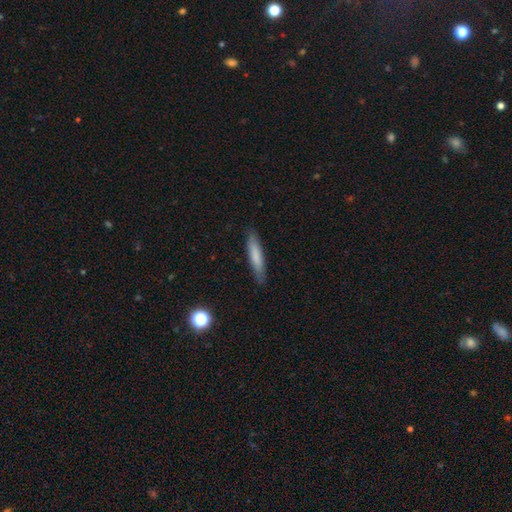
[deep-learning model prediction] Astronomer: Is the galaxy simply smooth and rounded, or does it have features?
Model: smooth — 75%.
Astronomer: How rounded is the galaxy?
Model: cigar-shaped — 87%.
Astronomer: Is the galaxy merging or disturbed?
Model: none — 86%.